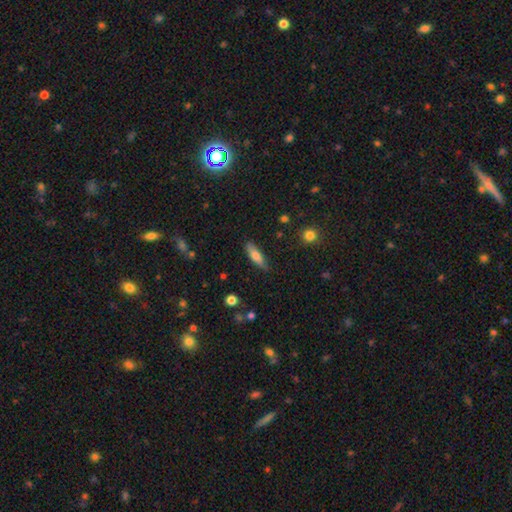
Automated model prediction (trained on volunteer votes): Morphology: type=smooth (73%); roundness=cigar-shaped (58%); merging=none (80%).